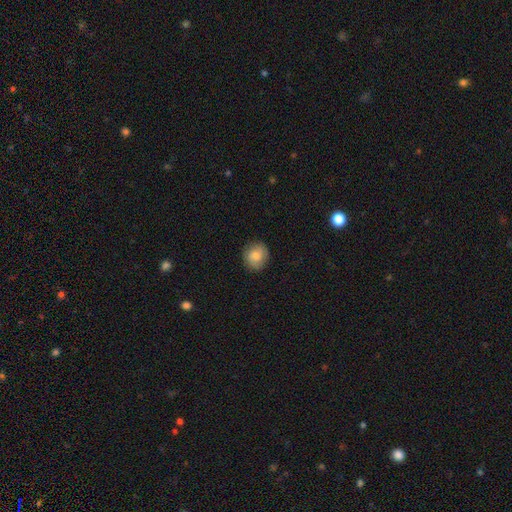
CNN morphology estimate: A smooth galaxy with no disk features (81%) that is round (79%).

Vote fractions:
- Smooth or featured? smooth: 81% / featured or disk: 11% / star or artifact: 7%
- How rounded? round: 79% / in between: 20% / cigar-shaped: 1%
- Merging? none: 84% / minor disturbance: 12% / major disturbance: 3% / merger: 1%